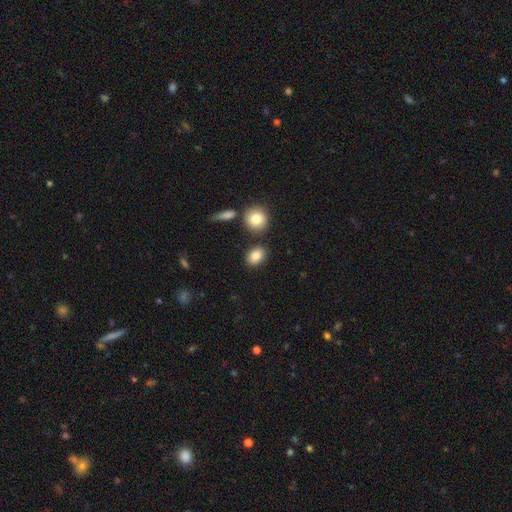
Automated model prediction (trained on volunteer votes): The model was most divided on "how rounded": in between: 68%, round: 30%, cigar-shaped: 2%. More confident: smooth or featured — smooth (85%); merging — none (81%).